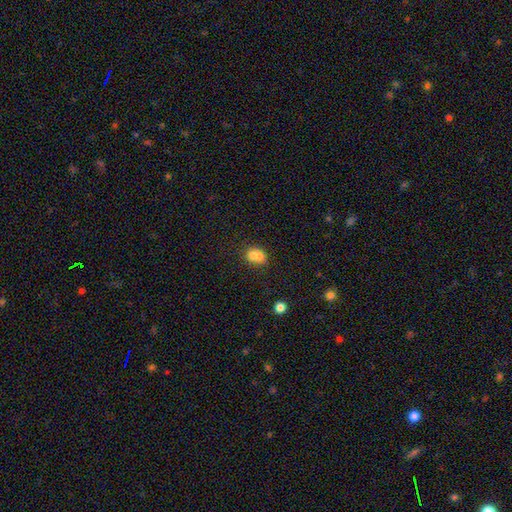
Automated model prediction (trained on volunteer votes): Smooth or featured: smooth — 70% (featured or disk — 18%)
How rounded: round — 63% (in between — 36%)
Merging: merger — 63% (none — 27%)